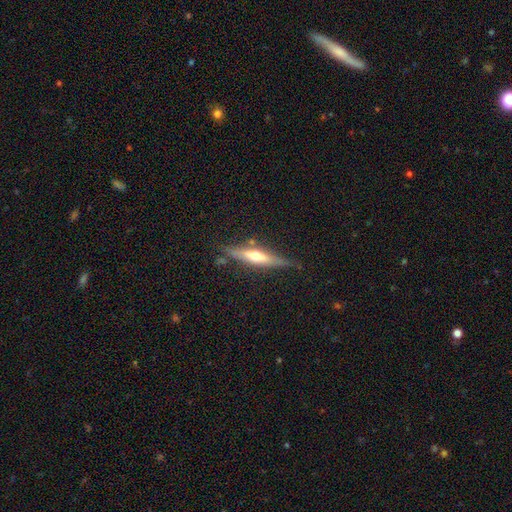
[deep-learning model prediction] smooth_or_featured: featured or disk (p=0.63) [alt: smooth p=0.30]
disk_edge_on: yes (p=0.91) [alt: no p=0.09]
edge_on_bulge: rounded (p=0.85) [alt: none p=0.09]
merging: none (p=0.76) [alt: minor disturbance p=0.16]